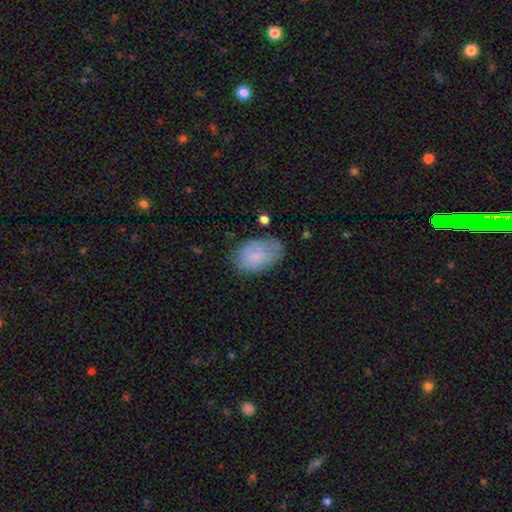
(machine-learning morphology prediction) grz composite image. It shows a smooth galaxy with no disk features (72%) that is in between round and cigar-shaped (87%). Merging: none (58%).